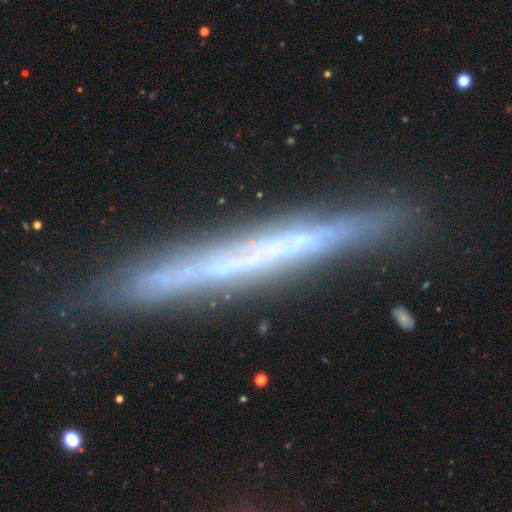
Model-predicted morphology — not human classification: featured or disk 68%, smooth 23%, star or artifact 8%. Down the decision tree: edge-on disk — yes (95%); edge-on bulge — none (90%); merging — none (86%).